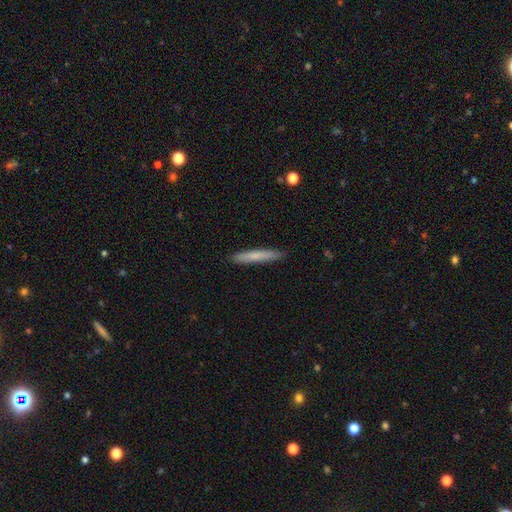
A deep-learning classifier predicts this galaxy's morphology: Overall: smooth (75%). How rounded: cigar-shaped (95%). Merging: none (90%).